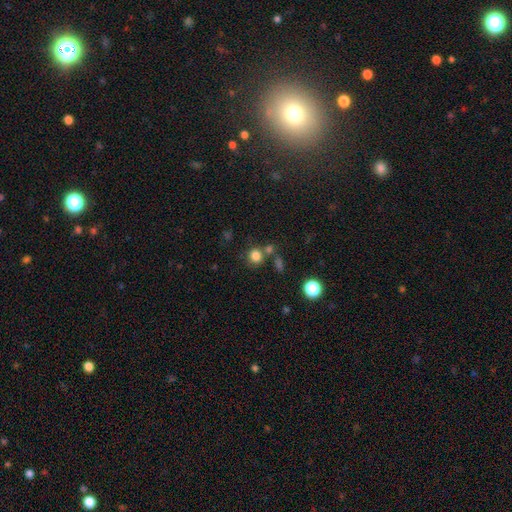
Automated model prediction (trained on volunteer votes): This is clearly a smooth galaxy (80%). How rounded: clearly round (87%). Merging: likely none (68%).